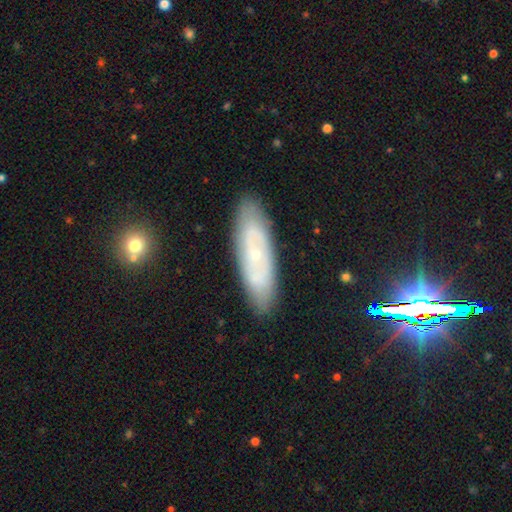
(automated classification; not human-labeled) A featured or disk galaxy (67%) with no bar (76%), spiral arms (67%) and a small central bulge (79%). Merging: none (84%).